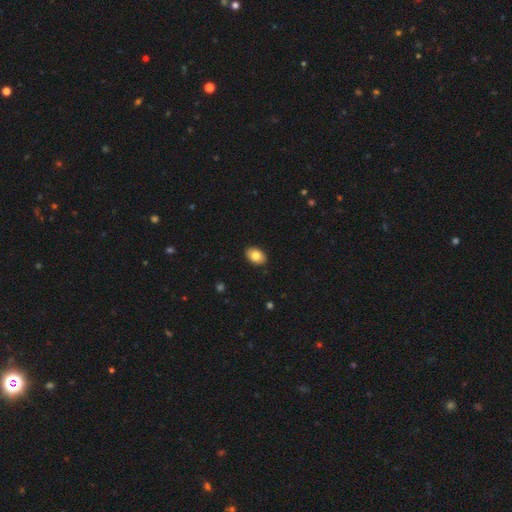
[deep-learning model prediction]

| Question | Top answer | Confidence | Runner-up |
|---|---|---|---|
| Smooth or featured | smooth | 83% | featured or disk (9%) |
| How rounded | in between | 86% | round (13%) |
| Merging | none | 90% | minor disturbance (7%) |